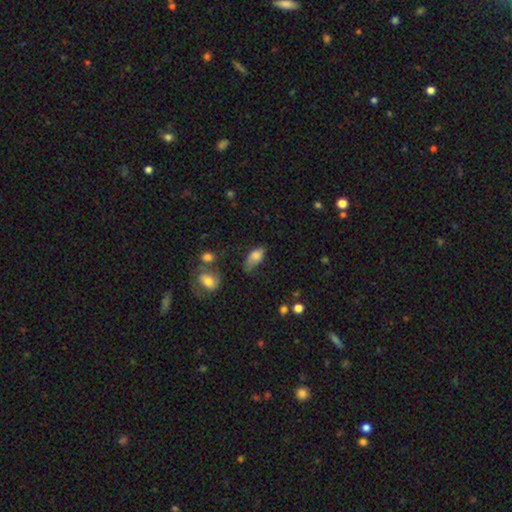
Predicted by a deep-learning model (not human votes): This is likely a smooth galaxy (77%). How rounded: clearly in between (88%). Merging: marginally minor disturbance (37%, tied with none).